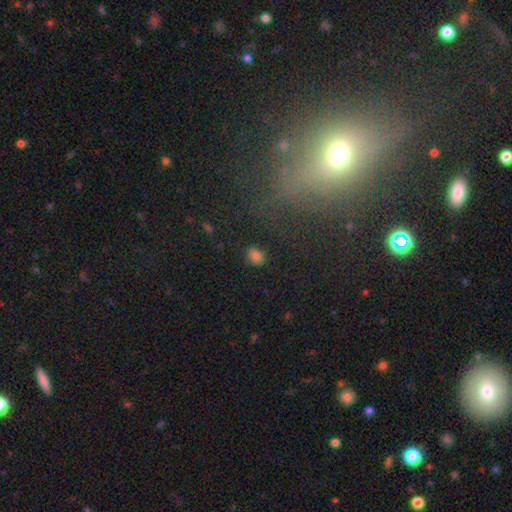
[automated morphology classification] Q: Smooth or featured?
A: smooth (78%); runner-up: star or artifact (16%)
Q: How rounded?
A: in between (51%); runner-up: round (47%)
Q: Merging?
A: none (80%); runner-up: minor disturbance (14%)